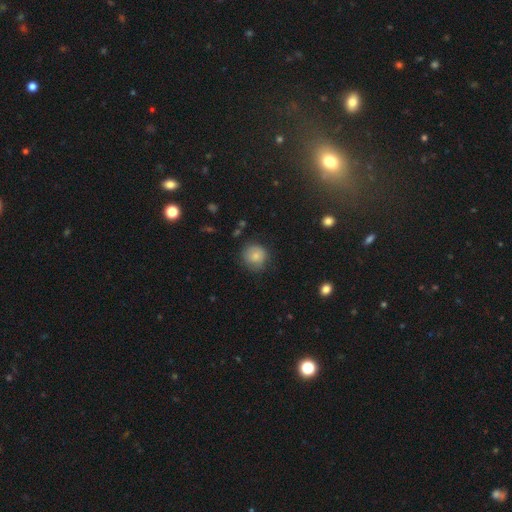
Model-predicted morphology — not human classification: Overall: smooth (81%). How rounded: round (90%). Merging: none (75%).